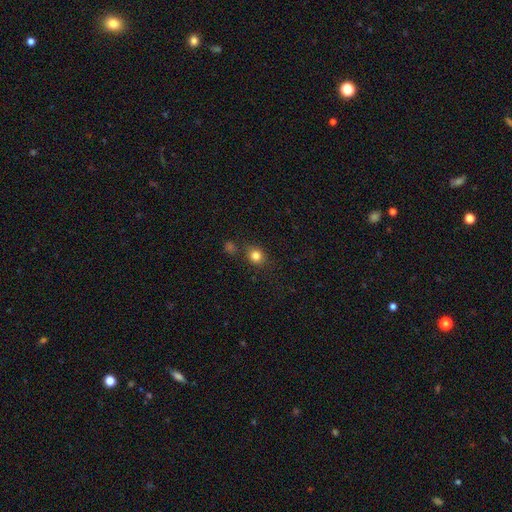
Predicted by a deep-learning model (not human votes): Overall: smooth (82%). How rounded: round (80%). Merging: none (75%).